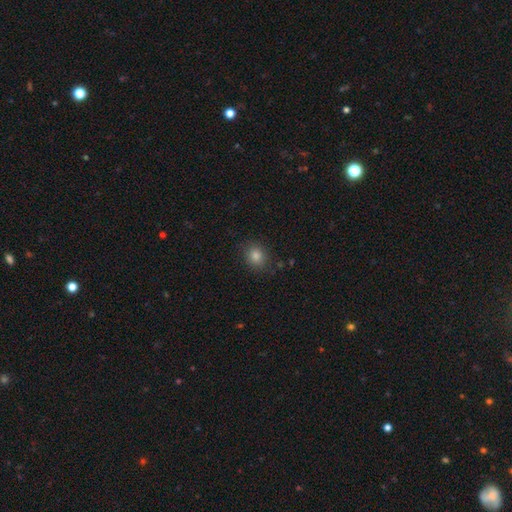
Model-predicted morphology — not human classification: This appears to be a smooth galaxy with no disk features (80%) that is round (70%). Merging: none (86%).